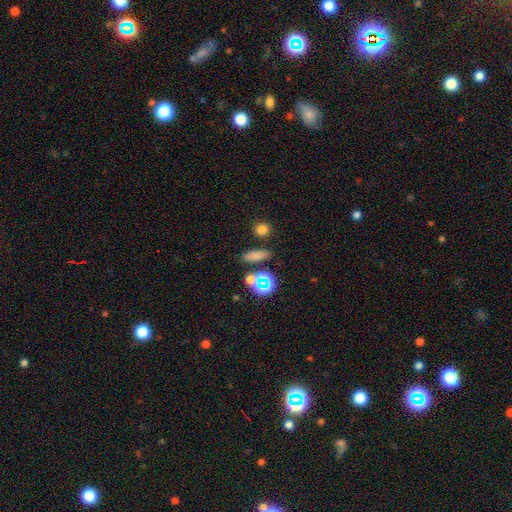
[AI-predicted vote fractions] Smooth or featured? smooth (72%)
How rounded? in between (49%)
Merging? none (79%)